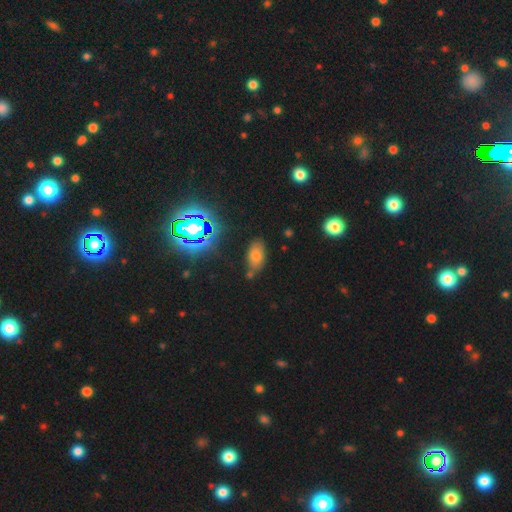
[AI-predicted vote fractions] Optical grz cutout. It shows a smooth galaxy with no disk features (60%) that is in between round and cigar-shaped (88%). Merging: none (70%).